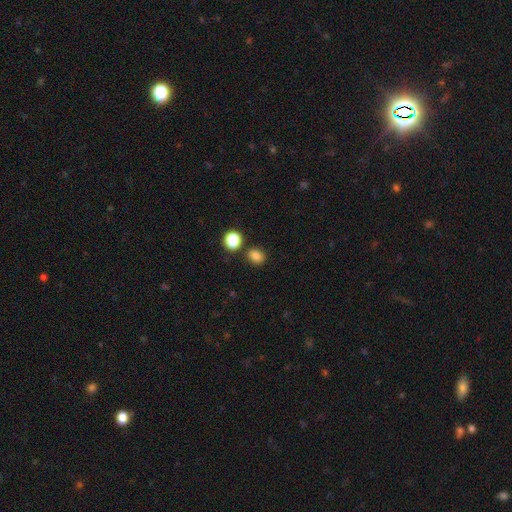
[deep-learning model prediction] Smooth or featured? Predicted: smooth (p=0.82). How rounded? Predicted: round (p=0.53). Merging? Predicted: none (p=0.80).